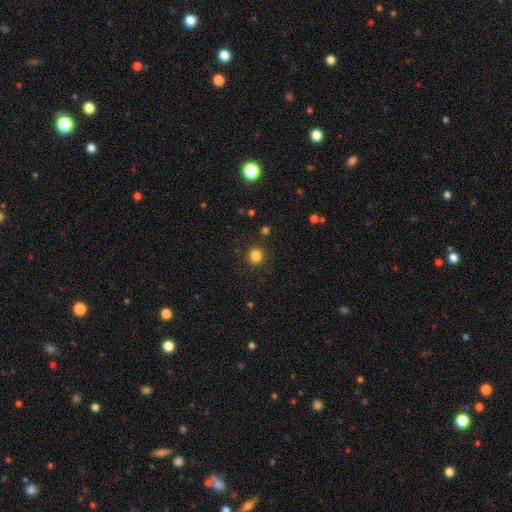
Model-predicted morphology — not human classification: smooth-or-featured: smooth: 83% | star or artifact: 13% | featured or disk: 4%
  how-rounded: round: 83% | in between: 16% | cigar-shaped: 1%
  merging: none: 88% | minor disturbance: 7% | major disturbance: 3% | merger: 2%